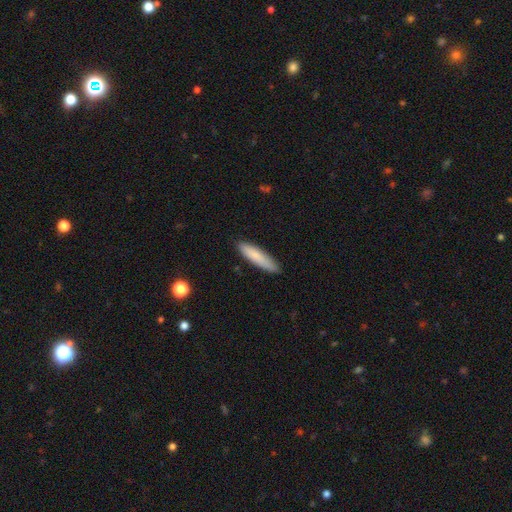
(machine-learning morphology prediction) The model was most divided on "how rounded": cigar-shaped: 81%, in between: 18%, round: 1%. More confident: merging — none (87%); smooth or featured — smooth (81%).